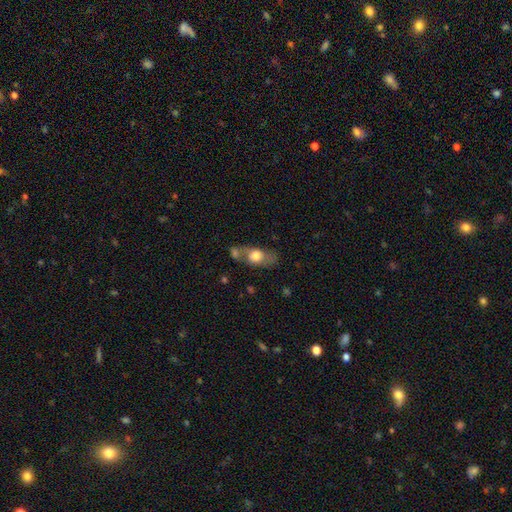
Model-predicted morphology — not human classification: Overall: smooth (63%; featured or disk 29%). How rounded: in between (67%). Merging: merger (36%, tied with none).